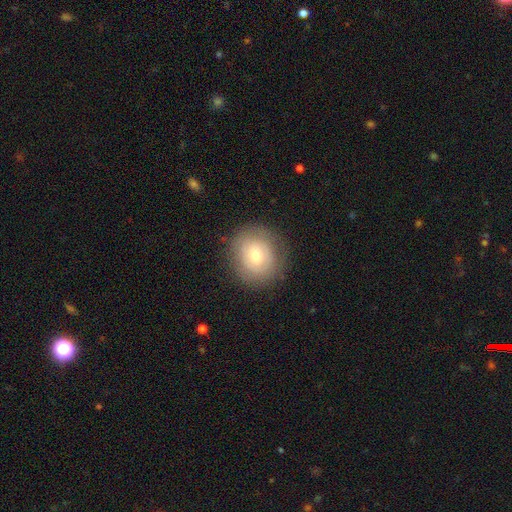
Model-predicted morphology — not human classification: A smooth galaxy with no disk features (60%) that is round (82%).

Vote fractions:
- Smooth or featured? smooth: 60% / featured or disk: 31% / star or artifact: 9%
- How rounded? round: 82% / in between: 17% / cigar-shaped: 1%
- Merging? none: 83% / minor disturbance: 11% / major disturbance: 4% / merger: 1%